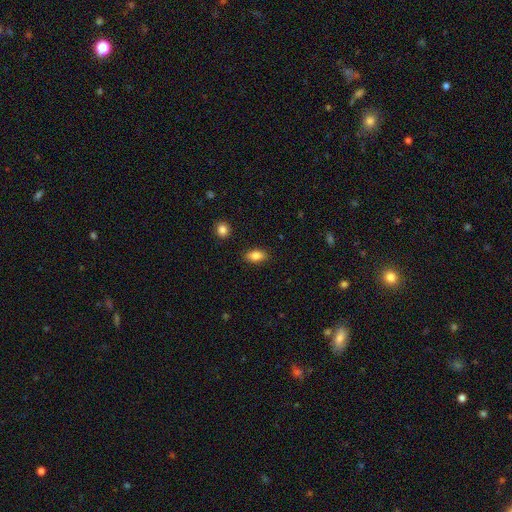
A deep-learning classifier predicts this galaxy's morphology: Smooth or featured? smooth (85%)
How rounded? in between (88%)
Merging? none (87%)